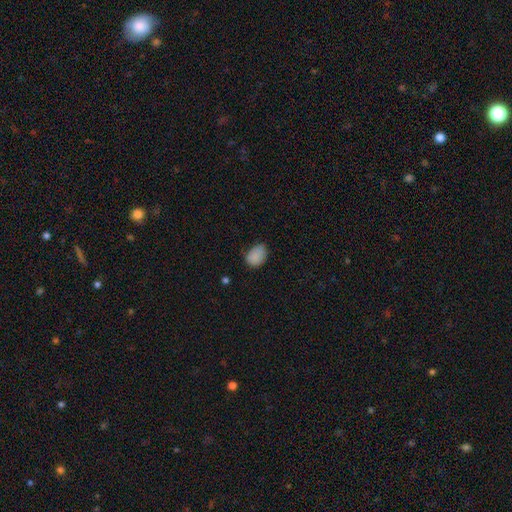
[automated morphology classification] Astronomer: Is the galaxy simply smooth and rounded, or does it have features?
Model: smooth — 86%.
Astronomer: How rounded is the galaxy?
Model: in between — 74%.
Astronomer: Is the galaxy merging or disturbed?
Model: none — 63%.